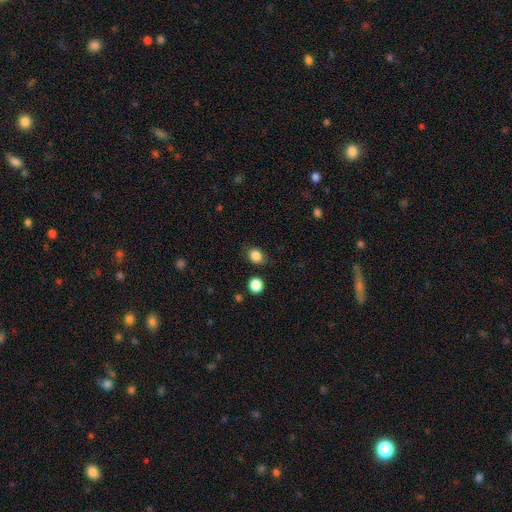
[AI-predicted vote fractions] This appears to be a smooth galaxy with no disk features (85%) that is round (52%). Merging: none (81%).